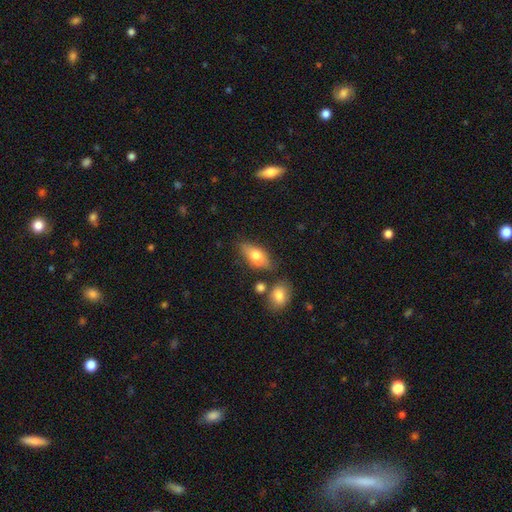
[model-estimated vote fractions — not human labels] Smooth or featured? smooth (74%)
How rounded? in between (87%)
Merging? none (68%)